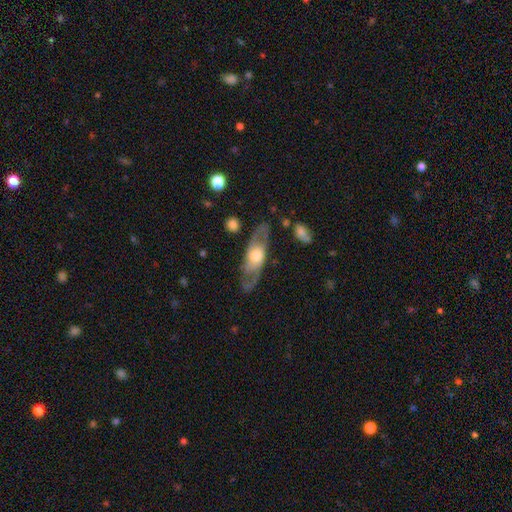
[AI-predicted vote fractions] The model was most divided on "smooth or featured": featured or disk: 65%, smooth: 29%, star or artifact: 5%. More confident: merging — none (76%); edge-on disk — no (71%).